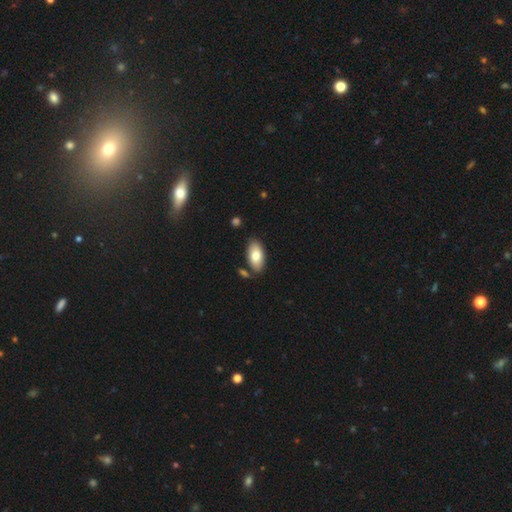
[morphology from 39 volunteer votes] Smooth or featured? 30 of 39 (77%) said smooth. How rounded? 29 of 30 (97%) said in between. Merging? 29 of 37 (78%) said none.